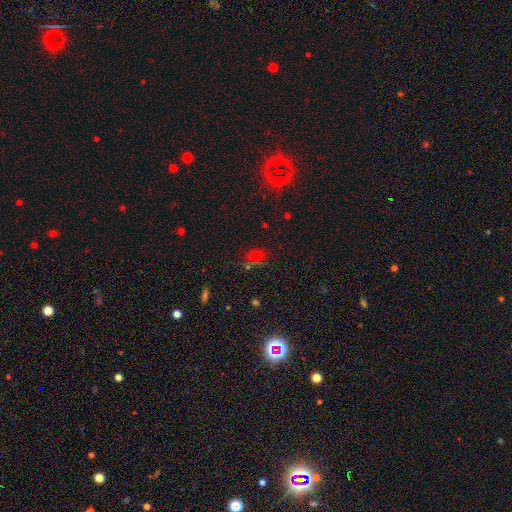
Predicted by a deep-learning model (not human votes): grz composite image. It shows a smooth galaxy with no disk features (51%) that is round (53%). Merging: none (67%).